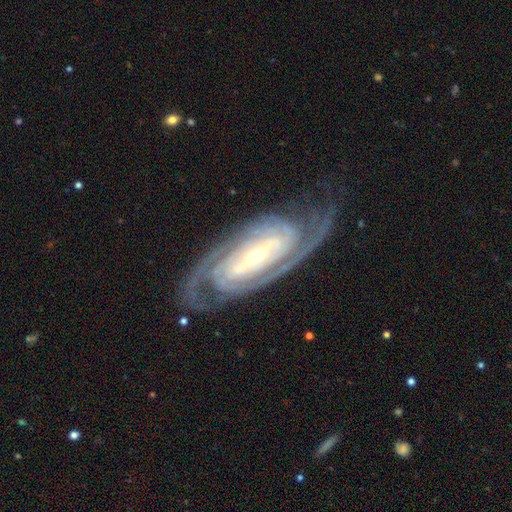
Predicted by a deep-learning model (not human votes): A featured or disk galaxy (92%) with a strong bar (48%), 2 (62%) tight (71%) spiral arms (98%) and a small central bulge (68%).

Vote fractions:
- Smooth or featured? featured or disk: 92% / star or artifact: 4% / smooth: 3%
- Edge-on disk? no: 95% / yes: 5%
- Bar? strong: 48% / weak: 28% / no: 24%
- Spiral arms? yes: 98% / no: 2%
- Spiral winding? tight: 71% / medium: 25% / loose: 4%
- Spiral arm count? 2: 62% / 3: 14% / can't tell: 9% / 4: 7% / more than 4: 4% / 1: 4%
- Bulge size? small: 68% / moderate: 28% / large: 2% / none: 1% / dominant: 1%
- Merging? none: 77% / minor disturbance: 15% / major disturbance: 7% / merger: 1%